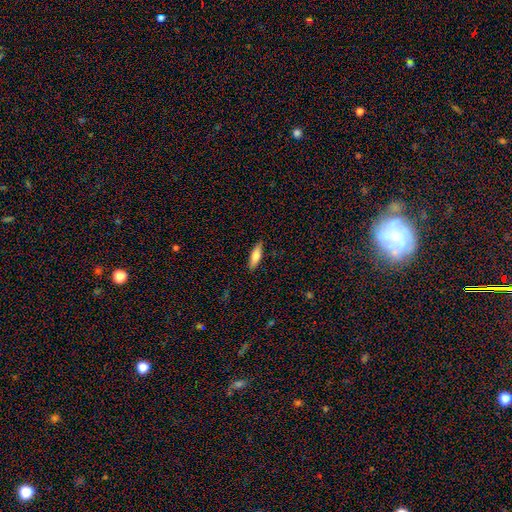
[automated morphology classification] type=smooth (73%); roundness=cigar-shaped (53%); merging=none (87%).